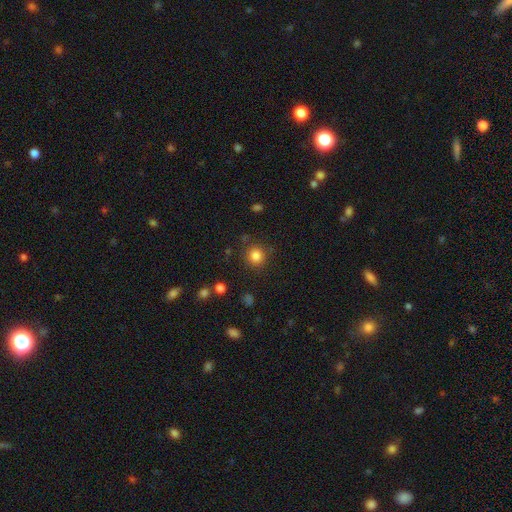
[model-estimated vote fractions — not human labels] smooth-or-featured: smooth: 83% | star or artifact: 12% | featured or disk: 5%
  how-rounded: round: 92% | in between: 7% | cigar-shaped: 1%
  merging: none: 86% | minor disturbance: 8% | major disturbance: 3% | merger: 3%